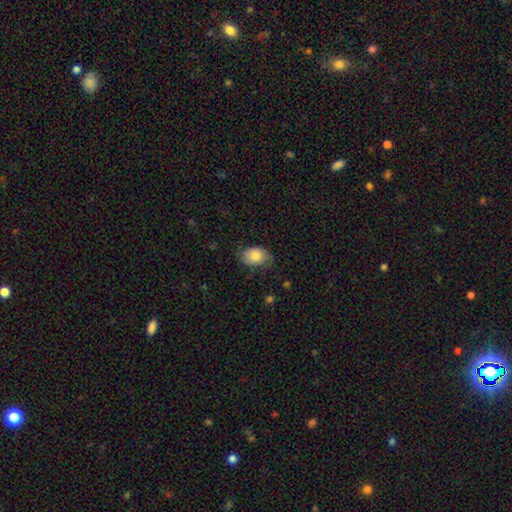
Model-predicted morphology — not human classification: The model was most divided on "merging": none: 66%, minor disturbance: 26%, major disturbance: 6%, merger: 1%. More confident: how rounded — in between (84%); smooth or featured — smooth (79%).